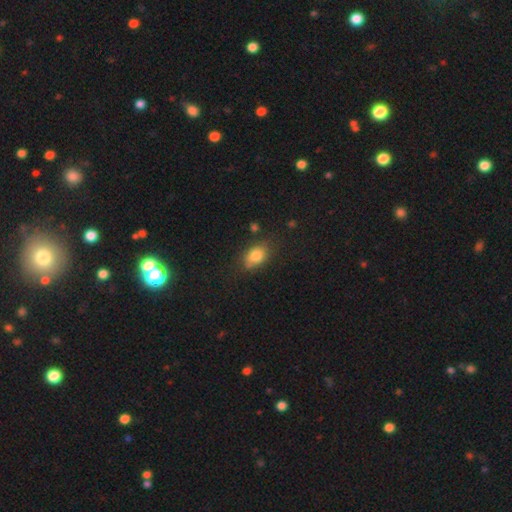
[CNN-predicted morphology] Smooth or featured: smooth — 81% (featured or disk — 10%)
How rounded: in between — 78% (round — 20%)
Merging: none — 64% (minor disturbance — 25%)